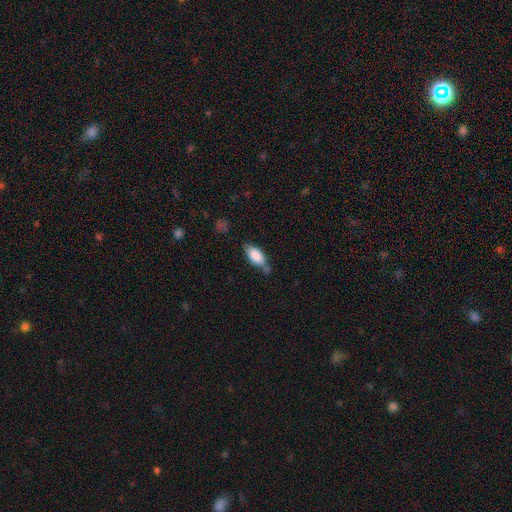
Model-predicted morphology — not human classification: A smooth galaxy with no disk features (82%) that is in between round and cigar-shaped (87%). Merging: none (56%).